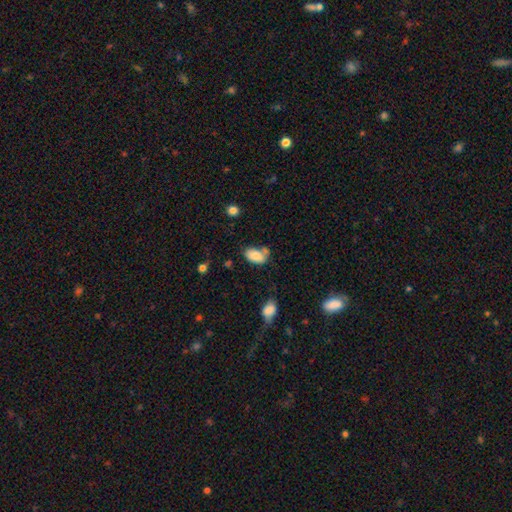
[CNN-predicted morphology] Overall: smooth (82%). How rounded: in between (93%). Merging: none (49%; minor disturbance 24%).